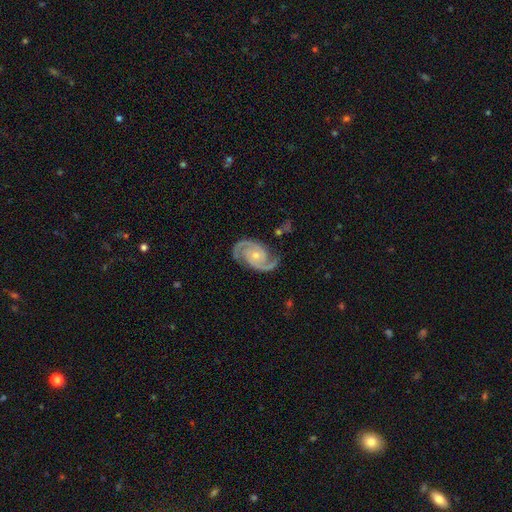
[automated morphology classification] type=featured or disk (93%); edge-on=no (98%); bar=no (69%); spiral arms=yes (99%); winding=medium (52%); arm count=2 (93%); bulge=small (57%); merging=none (81%).